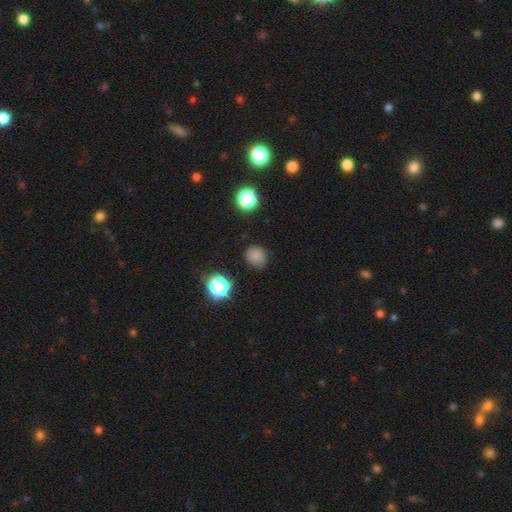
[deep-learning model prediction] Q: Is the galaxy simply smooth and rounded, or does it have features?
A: smooth — 79%.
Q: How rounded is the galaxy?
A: round — 74%.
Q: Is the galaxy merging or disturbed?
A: none — 80%.